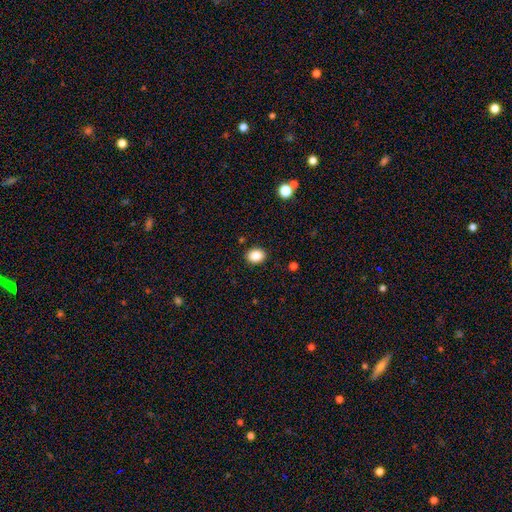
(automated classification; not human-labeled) A smooth galaxy with no disk features (88%) that is in between round and cigar-shaped (56%). Merging: none (89%).